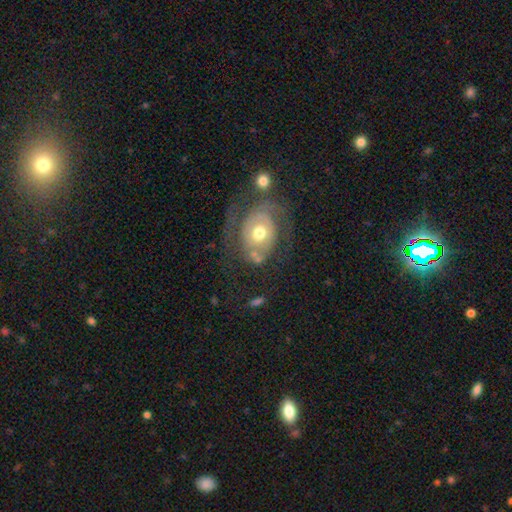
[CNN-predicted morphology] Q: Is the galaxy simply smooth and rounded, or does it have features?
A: featured or disk — 65%.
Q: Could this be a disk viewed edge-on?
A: no — 96%.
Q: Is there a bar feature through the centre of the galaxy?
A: no — 84%.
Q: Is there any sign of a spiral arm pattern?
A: yes — 58%.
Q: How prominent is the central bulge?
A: moderate — 75%.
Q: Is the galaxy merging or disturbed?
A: none — 46%.